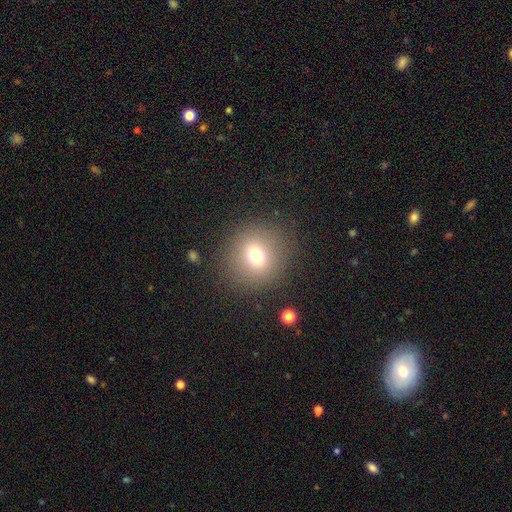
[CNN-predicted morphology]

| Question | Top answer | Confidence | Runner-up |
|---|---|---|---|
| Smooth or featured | smooth | 69% | star or artifact (18%) |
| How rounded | round | 88% | in between (11%) |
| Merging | none | 89% | minor disturbance (6%) |